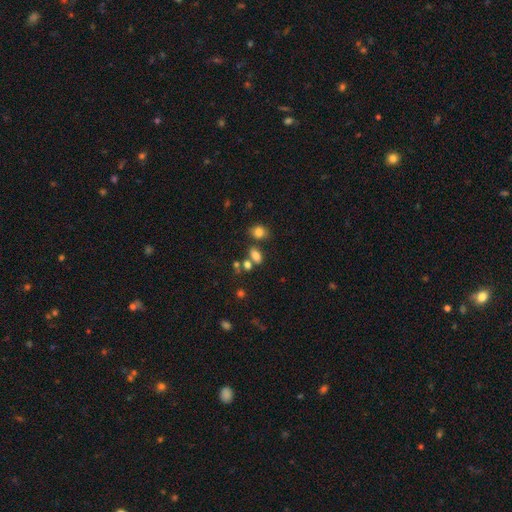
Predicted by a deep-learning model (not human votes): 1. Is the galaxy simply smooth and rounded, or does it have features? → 78% smooth, 14% star or artifact, 8% featured or disk.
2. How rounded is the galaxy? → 82% in between, 14% round, 4% cigar-shaped.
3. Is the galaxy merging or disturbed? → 57% none, 23% merger, 14% minor disturbance, 6% major disturbance.